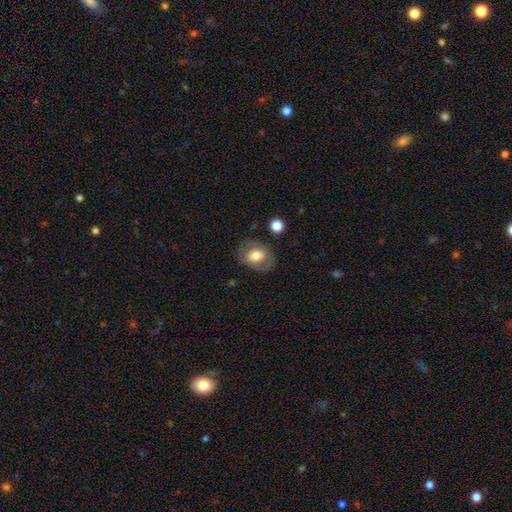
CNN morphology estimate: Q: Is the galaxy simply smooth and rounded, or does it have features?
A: smooth — 66%.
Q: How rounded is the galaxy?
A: in between — 69%.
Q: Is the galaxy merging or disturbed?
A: none — 77%.